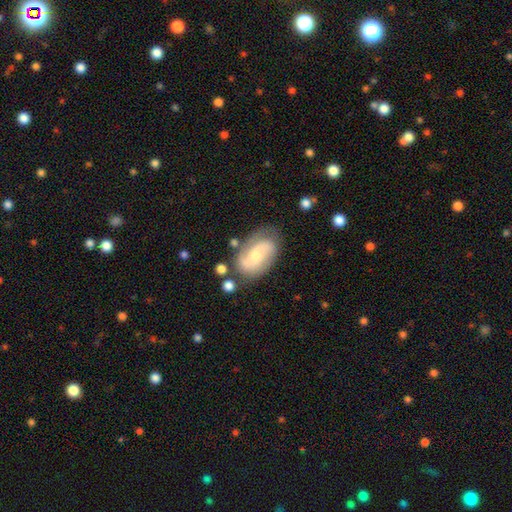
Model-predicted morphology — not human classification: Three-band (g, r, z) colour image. It shows a featured or disk galaxy (69%) with no bar (45%), 2 (83%) medium (42%) spiral arms (91%) and a moderate central bulge (48%). Merging: none (70%).